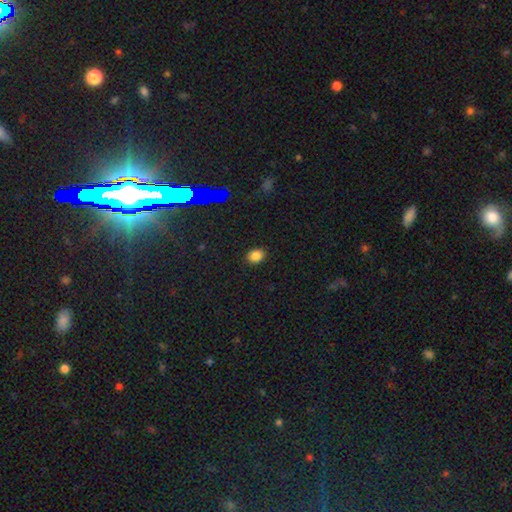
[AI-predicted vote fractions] This is clearly a smooth galaxy (84%). How rounded: possibly in between (51%). Merging: clearly none (89%).